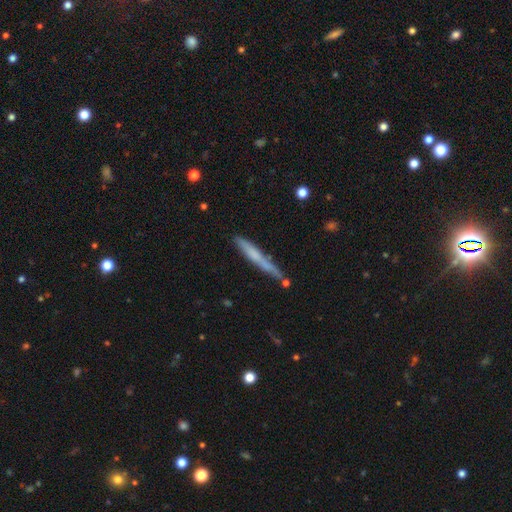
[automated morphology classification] smooth-or-featured: smooth: 53% | featured or disk: 40% | star or artifact: 7%
  how-rounded: cigar-shaped: 95% | in between: 3% | round: 1%
  merging: none: 71% | minor disturbance: 20% | merger: 5% | major disturbance: 4%